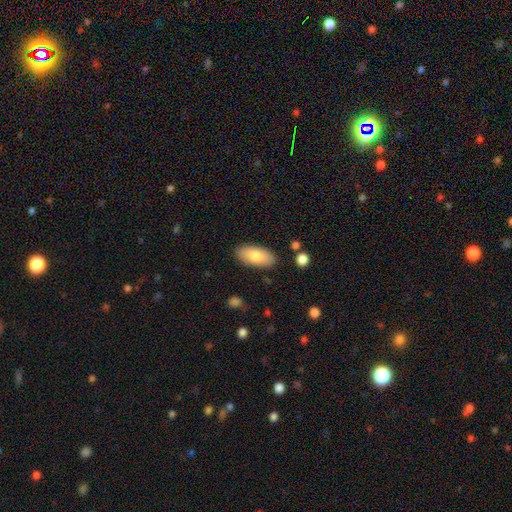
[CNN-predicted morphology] Smooth or featured?
  - smooth: 80% *
  - featured or disk: 14%
  - star or artifact: 6%
How rounded?
  - in between: 91% *
  - cigar-shaped: 7%
  - round: 2%
Merging?
  - none: 86% *
  - minor disturbance: 10%
  - major disturbance: 2%
  - merger: 2%